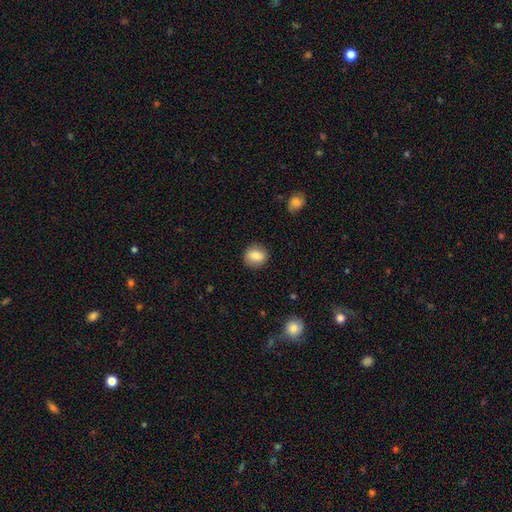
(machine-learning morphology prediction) Smooth or featured?
  - smooth: 83% *
  - featured or disk: 9%
  - star or artifact: 8%
How rounded?
  - round: 65% *
  - in between: 33%
  - cigar-shaped: 1%
Merging?
  - none: 86% *
  - minor disturbance: 10%
  - major disturbance: 3%
  - merger: 1%